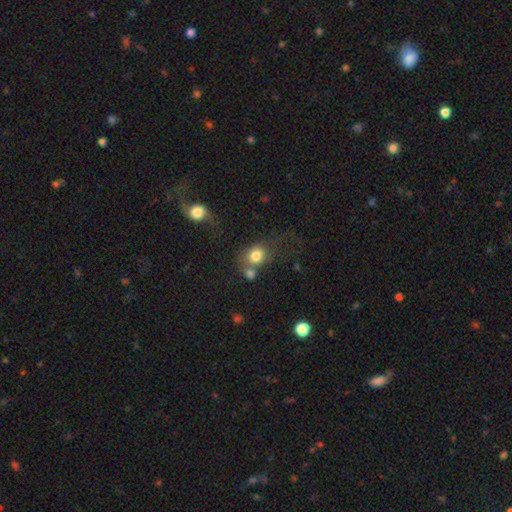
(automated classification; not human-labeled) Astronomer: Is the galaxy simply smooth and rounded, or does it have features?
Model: smooth — 79%.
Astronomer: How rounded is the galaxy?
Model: round — 70%.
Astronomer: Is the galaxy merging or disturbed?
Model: none — 41% (runner-up: merger, 37%).